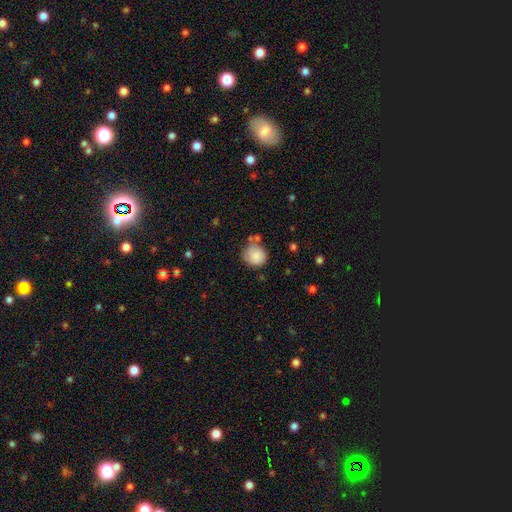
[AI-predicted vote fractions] This is clearly a smooth galaxy (84%). How rounded: clearly round (87%). Merging: likely none (62%).